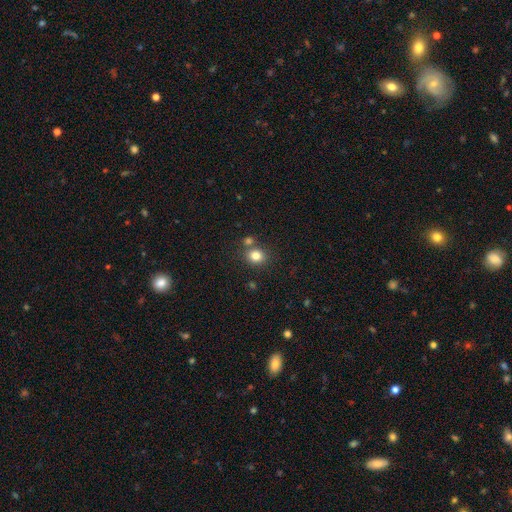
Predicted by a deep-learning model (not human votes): Q: Smooth or featured?
A: smooth (81%); runner-up: star or artifact (12%)
Q: How rounded?
A: round (72%); runner-up: in between (27%)
Q: Merging?
A: none (70%); runner-up: merger (18%)